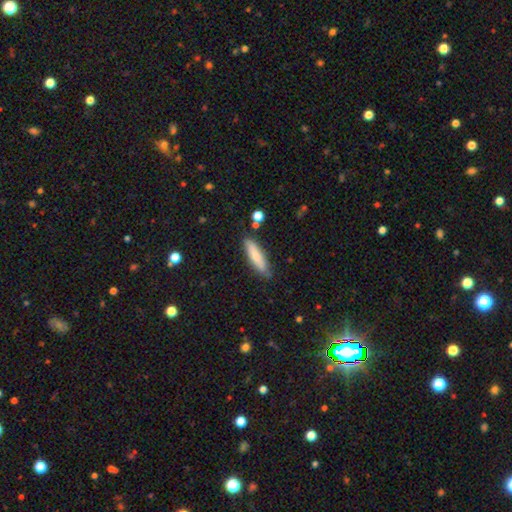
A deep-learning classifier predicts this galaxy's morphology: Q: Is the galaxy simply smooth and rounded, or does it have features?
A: smooth — 75%.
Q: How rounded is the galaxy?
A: cigar-shaped — 73%.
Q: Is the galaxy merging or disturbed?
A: none — 82%.